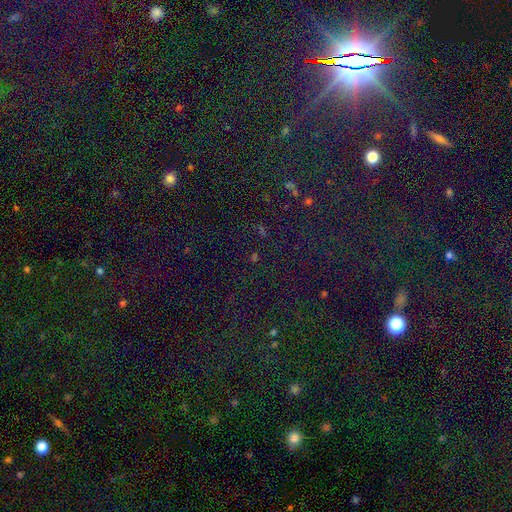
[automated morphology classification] Q: Smooth or featured?
A: star or artifact (82%); runner-up: smooth (10%)